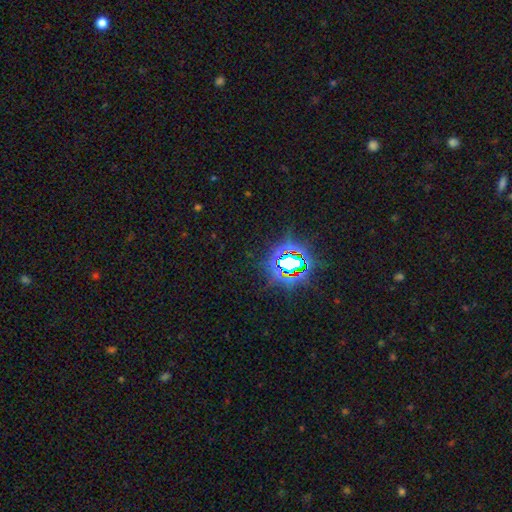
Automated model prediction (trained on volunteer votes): star or artifact 80%, smooth 12%, featured or disk 8%.